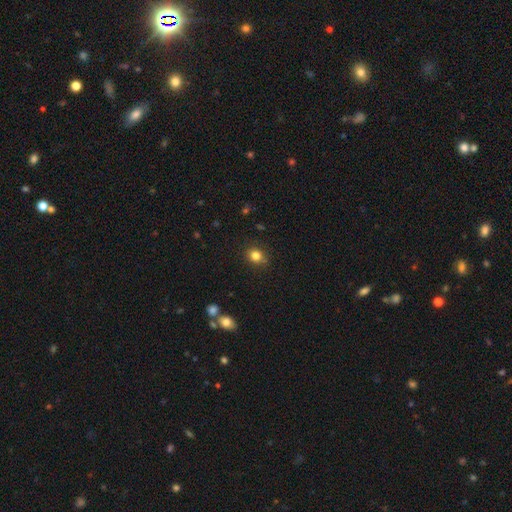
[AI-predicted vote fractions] smooth_or_featured: smooth (p=0.82) [alt: star or artifact p=0.12]
how_rounded: round (p=0.72) [alt: in between p=0.27]
merging: none (p=0.84) [alt: minor disturbance p=0.11]